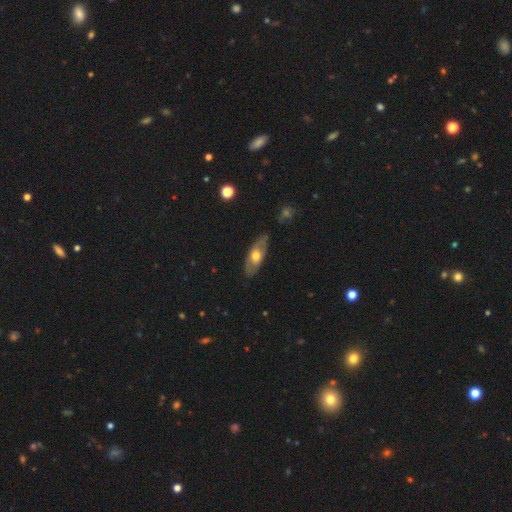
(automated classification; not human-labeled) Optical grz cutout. It shows a featured or disk galaxy (50%). Merging: none (79%).